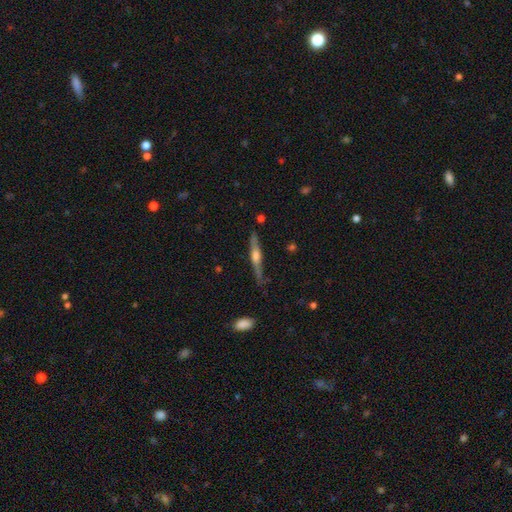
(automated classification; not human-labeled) Overall: featured or disk (69%). Edge-on disk: yes (97%). Edge-on bulge: rounded (81%). Merging: none (79%).